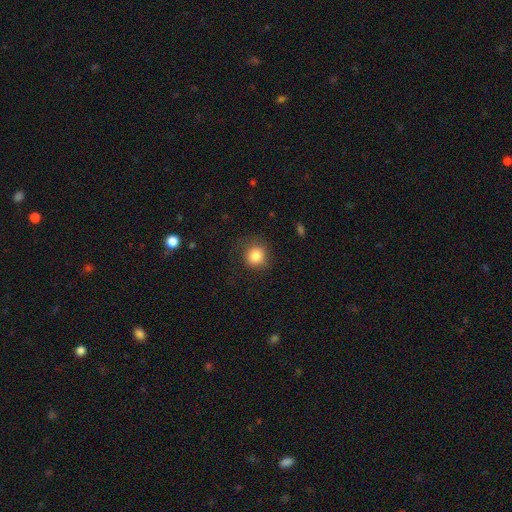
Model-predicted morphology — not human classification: Smooth or featured? smooth (83%)
How rounded? round (86%)
Merging? none (77%)